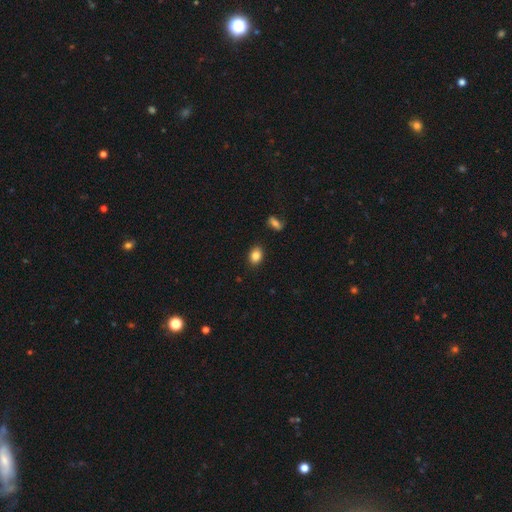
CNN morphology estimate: type=smooth (85%); roundness=in between (62%); merging=none (87%).